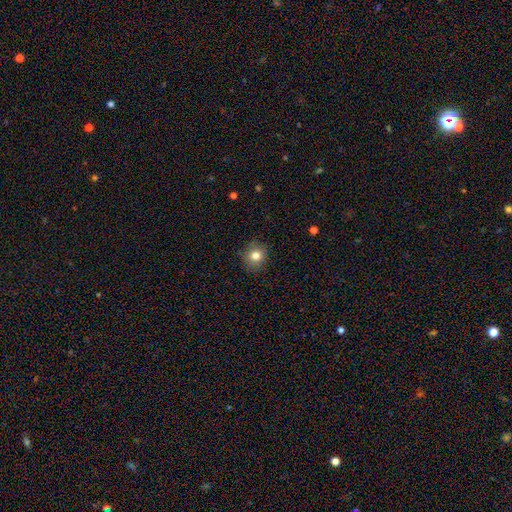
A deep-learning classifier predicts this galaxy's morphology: This is clearly a smooth galaxy (81%). How rounded: clearly round (86%). Merging: clearly none (88%).